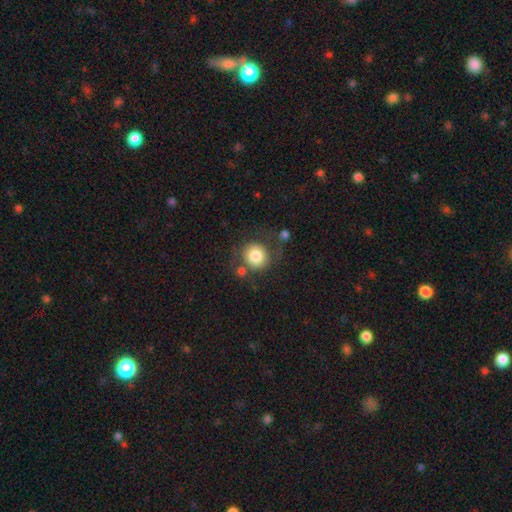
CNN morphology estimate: smooth 79%, featured or disk 12%, star or artifact 9%. Down the decision tree: how rounded — round (88%); merging — none (64%).